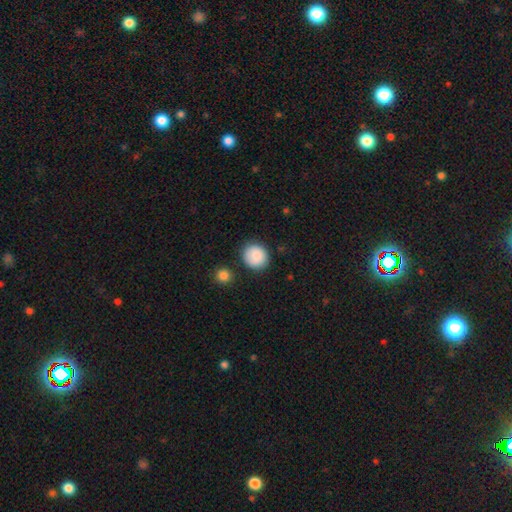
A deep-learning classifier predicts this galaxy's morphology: smooth-or-featured: smooth: 86% | star or artifact: 8% | featured or disk: 6%
  how-rounded: round: 87% | in between: 12% | cigar-shaped: 1%
  merging: none: 84% | minor disturbance: 10% | merger: 3% | major disturbance: 3%